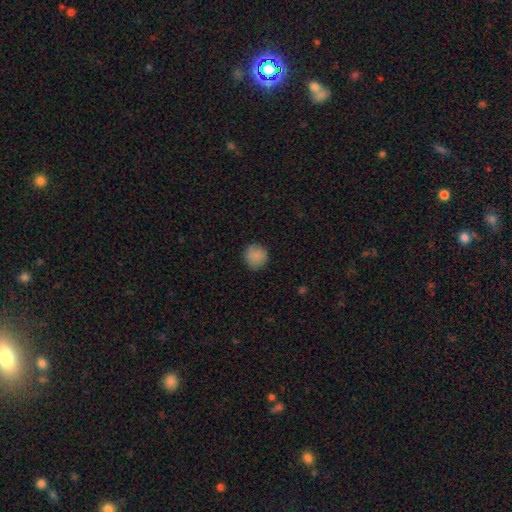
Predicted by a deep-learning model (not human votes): Overall: smooth (87%). How rounded: round (92%). Merging: none (88%).